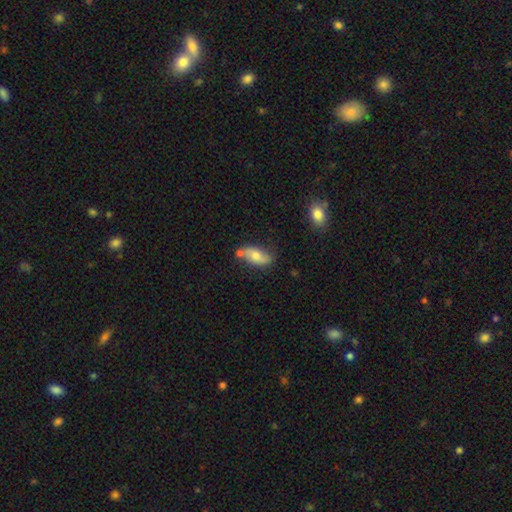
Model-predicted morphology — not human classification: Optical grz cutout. It shows a smooth galaxy with no disk features (54%) that is in between round and cigar-shaped (84%). Merging: none (63%).